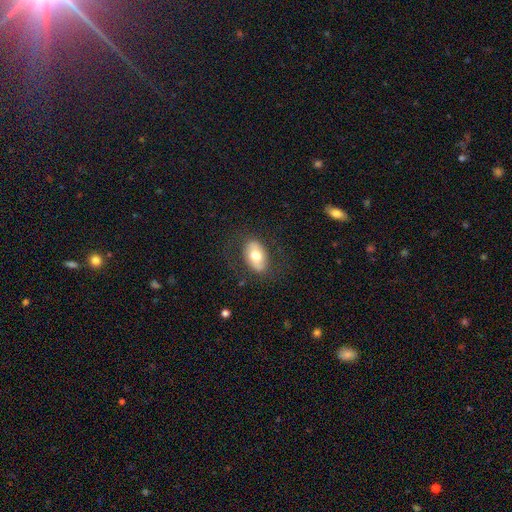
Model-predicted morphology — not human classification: smooth-or-featured: smooth: 62% | featured or disk: 32% | star or artifact: 7%
  how-rounded: in between: 89% | round: 9% | cigar-shaped: 2%
  merging: none: 76% | minor disturbance: 14% | major disturbance: 8% | merger: 1%